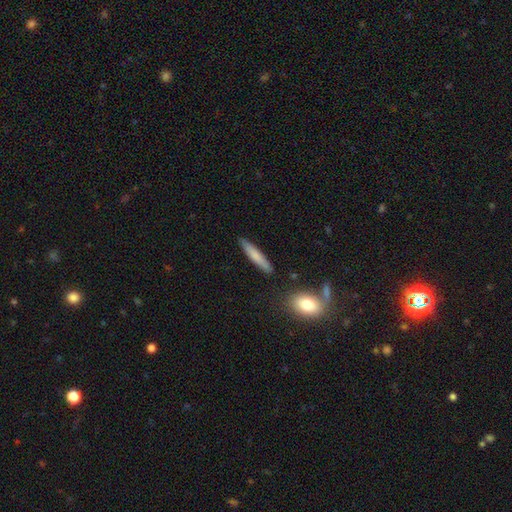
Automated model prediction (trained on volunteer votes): This is likely a smooth galaxy (73%). How rounded: clearly cigar-shaped (91%). Merging: clearly none (86%).